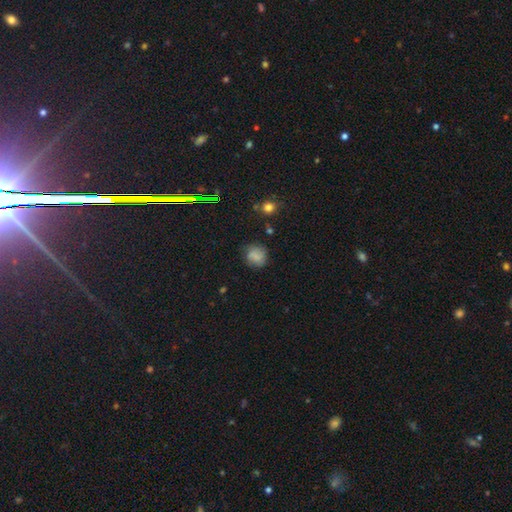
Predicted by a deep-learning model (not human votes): Smooth or featured: smooth — 76% (featured or disk — 13%)
How rounded: round — 79% (in between — 20%)
Merging: none — 70% (minor disturbance — 20%)